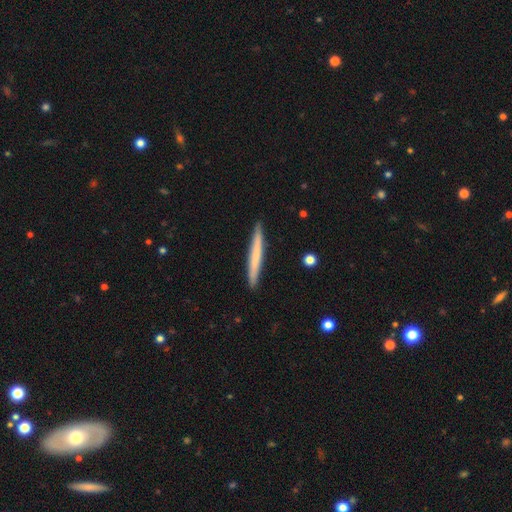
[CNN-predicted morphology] Q: Smooth or featured?
A: smooth (62%); runner-up: featured or disk (32%)
Q: How rounded?
A: cigar-shaped (97%); runner-up: in between (2%)
Q: Merging?
A: none (92%); runner-up: minor disturbance (6%)